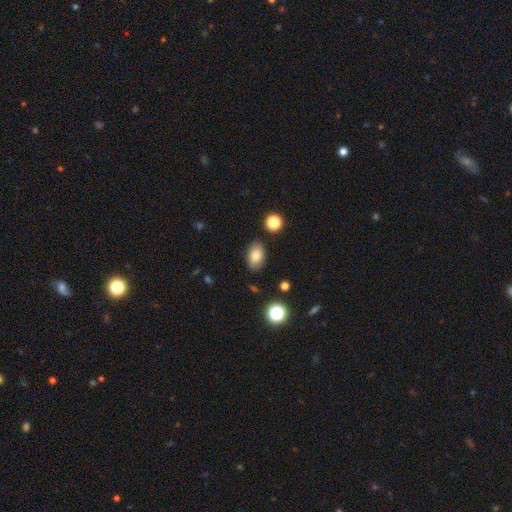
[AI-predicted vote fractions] This is clearly a smooth galaxy (83%). How rounded: clearly in between (88%). Merging: clearly none (85%).